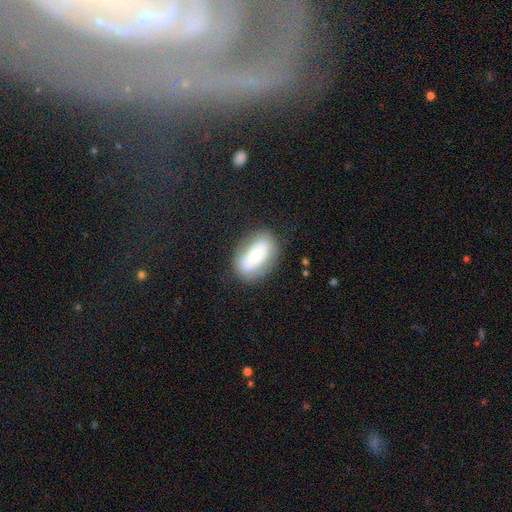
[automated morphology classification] Smooth or featured? Predicted: smooth (p=0.51). How rounded? Predicted: in between (p=0.85). Merging? Predicted: none (p=0.77).